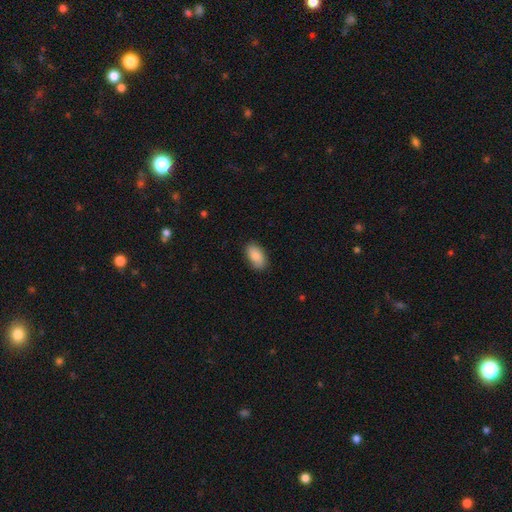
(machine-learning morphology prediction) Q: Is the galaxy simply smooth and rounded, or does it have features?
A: smooth — 84%.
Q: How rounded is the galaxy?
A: in between — 93%.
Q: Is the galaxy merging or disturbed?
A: none — 83%.